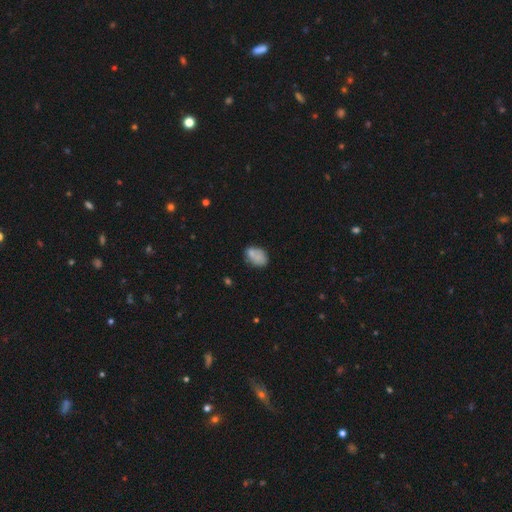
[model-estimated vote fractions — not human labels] Smooth or featured: smooth — 72% (featured or disk — 19%)
How rounded: in between — 79% (round — 20%)
Merging: none — 52% (minor disturbance — 22%)